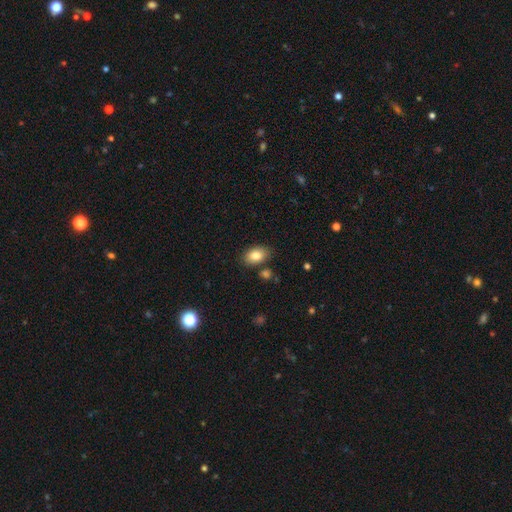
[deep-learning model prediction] Morphology: type=smooth (84%); roundness=in between (87%); merging=none (80%).